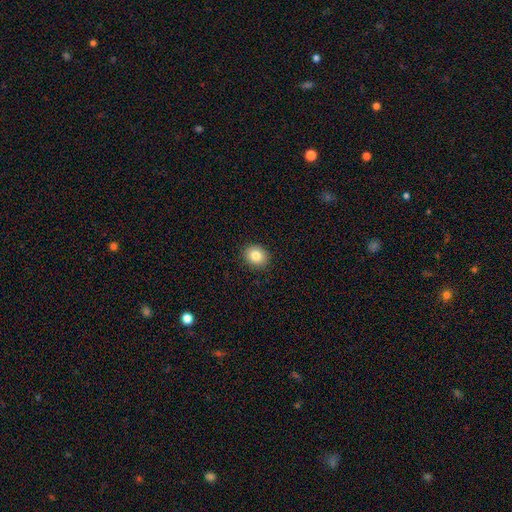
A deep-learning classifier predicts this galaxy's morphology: smooth 83%, star or artifact 9%, featured or disk 8%. Down the decision tree: how rounded — round (69%); merging — none (91%).